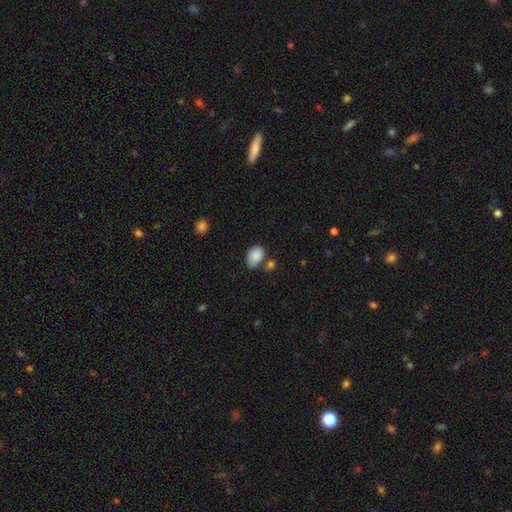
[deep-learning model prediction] Smooth or featured? Predicted: smooth (p=0.86). How rounded? Predicted: in between (p=0.86). Merging? Predicted: none (p=0.55).